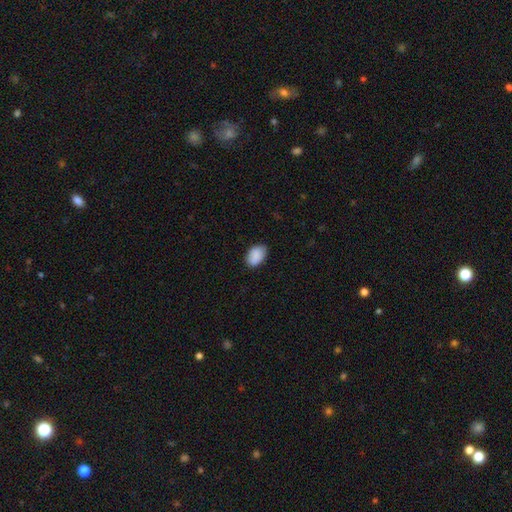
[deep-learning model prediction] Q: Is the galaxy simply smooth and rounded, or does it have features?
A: smooth — 89%.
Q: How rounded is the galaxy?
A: in between — 85%.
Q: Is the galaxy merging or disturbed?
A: none — 81%.